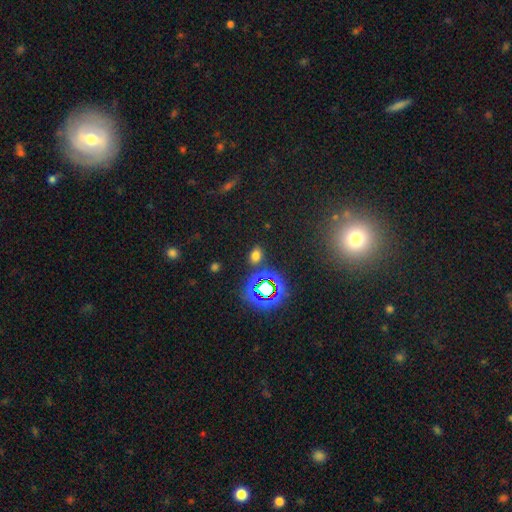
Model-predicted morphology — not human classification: Smooth or featured?
  - smooth: 62% *
  - star or artifact: 32%
  - featured or disk: 6%
How rounded?
  - in between: 72% *
  - round: 26%
  - cigar-shaped: 2%
Merging?
  - none: 83% *
  - minor disturbance: 9%
  - merger: 4%
  - major disturbance: 4%